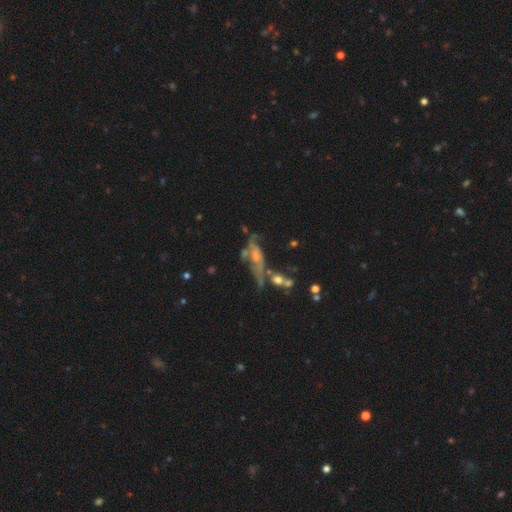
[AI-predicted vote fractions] A featured or disk galaxy (66%) with no bar (66%), spiral arms (65%) and a small central bulge (56%).

Vote fractions:
- Smooth or featured? featured or disk: 66% / smooth: 23% / star or artifact: 11%
- Edge-on disk? no: 79% / yes: 21%
- Bar? no: 66% / weak: 26% / strong: 9%
- Spiral arms? yes: 65% / no: 35%
- Bulge size? small: 56% / moderate: 29% / none: 11% / large: 3% / dominant: 2%
- Merging? none: 30% / major disturbance: 27% / merger: 21% / minor disturbance: 21%